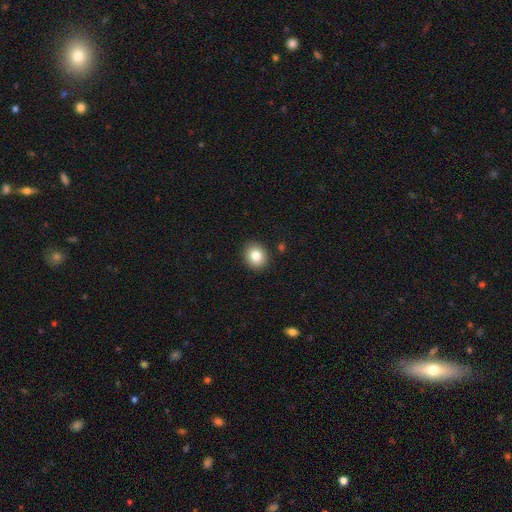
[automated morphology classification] This appears to be a smooth galaxy with no disk features (82%) that is round (73%). Merging: none (90%).